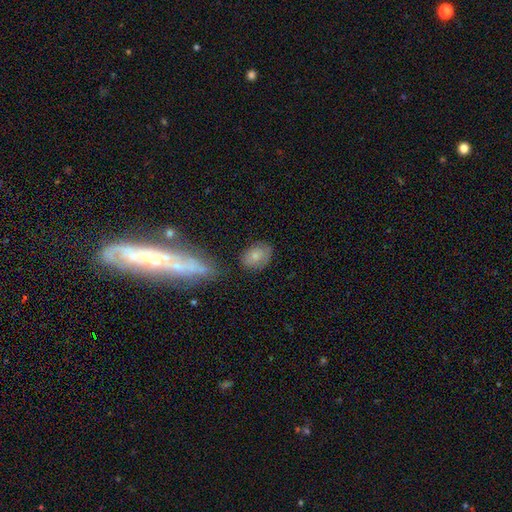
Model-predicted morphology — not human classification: smooth_or_featured: smooth (p=0.76) [alt: featured or disk p=0.15]
how_rounded: in between (p=0.76) [alt: round p=0.22]
merging: none (p=0.72) [alt: minor disturbance p=0.18]